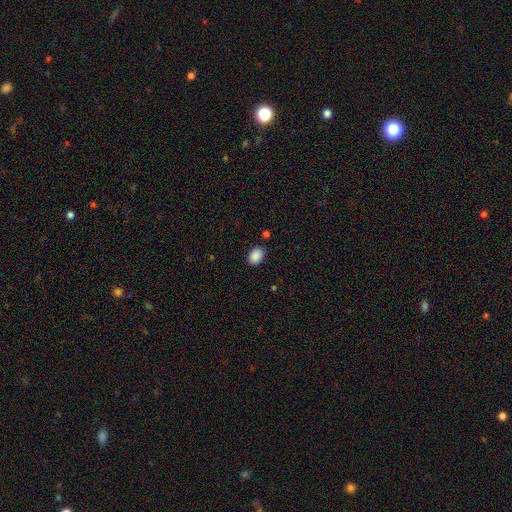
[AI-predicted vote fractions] This appears to be a smooth galaxy with no disk features (89%) that is in between round and cigar-shaped (74%). Merging: none (86%).